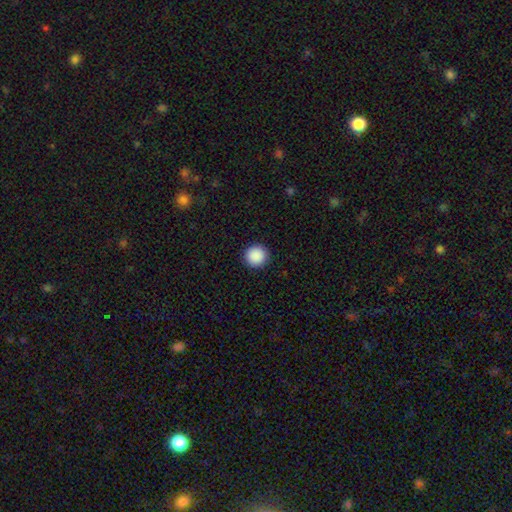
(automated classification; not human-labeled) smooth_or_featured: smooth (p=0.90) [alt: star or artifact p=0.08]
how_rounded: round (p=0.95) [alt: in between p=0.04]
merging: none (p=0.93) [alt: minor disturbance p=0.05]